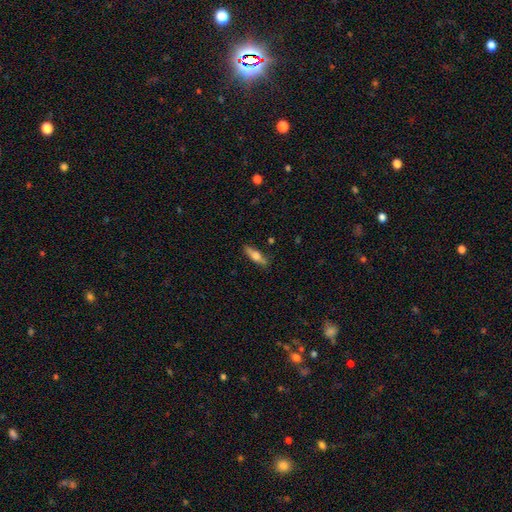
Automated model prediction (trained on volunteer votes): This is possibly a smooth galaxy (49%). Merging: clearly none (83%).